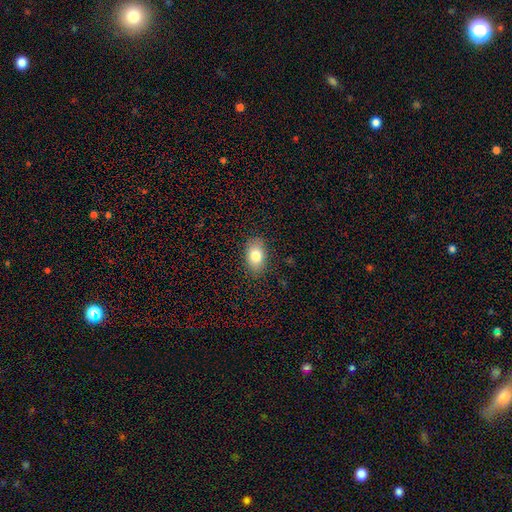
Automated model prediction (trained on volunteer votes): The model was most divided on "smooth or featured": smooth: 81%, featured or disk: 11%, star or artifact: 8%. More confident: how rounded — in between (88%); merging — none (87%).